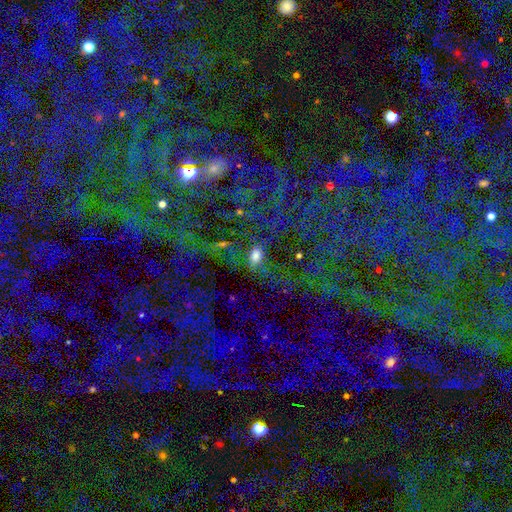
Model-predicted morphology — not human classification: smooth_or_featured: smooth (p=0.54) [alt: star or artifact p=0.32]
how_rounded: in between (p=0.76) [alt: round p=0.19]
merging: none (p=0.59) [alt: minor disturbance p=0.19]